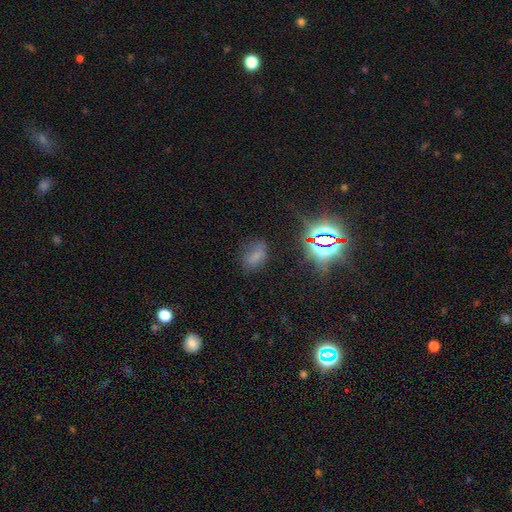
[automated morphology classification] Overall: smooth (59%; star or artifact 29%). How rounded: in between (84%). Merging: none (62%; minor disturbance 23%).